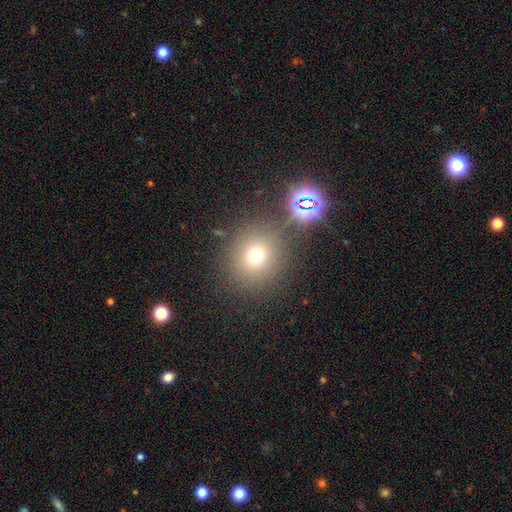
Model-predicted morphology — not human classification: This is likely a smooth galaxy (69%). How rounded: clearly round (88%). Merging: likely none (79%).